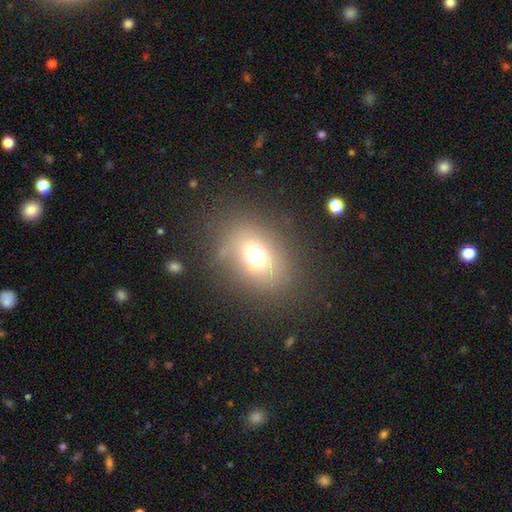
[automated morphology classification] Overall: smooth (62%). How rounded: in between (54%; round 44%). Merging: none (66%).